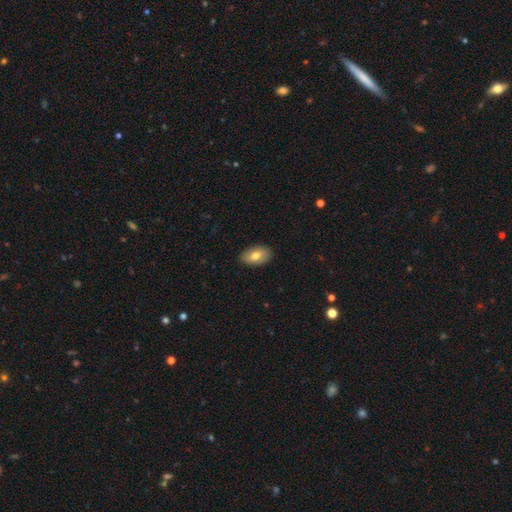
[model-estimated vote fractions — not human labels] Smooth or featured? Predicted: smooth (p=0.74). How rounded? Predicted: in between (p=0.93). Merging? Predicted: none (p=0.89).